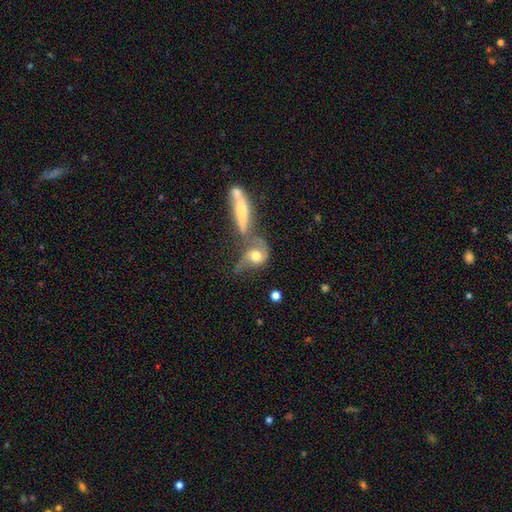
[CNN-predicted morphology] smooth-or-featured: featured or disk: 50% | smooth: 41% | star or artifact: 9%
  disk-edge-on: no: 85% | yes: 15%
  merging: merger: 51% | none: 22% | major disturbance: 15% | minor disturbance: 12%